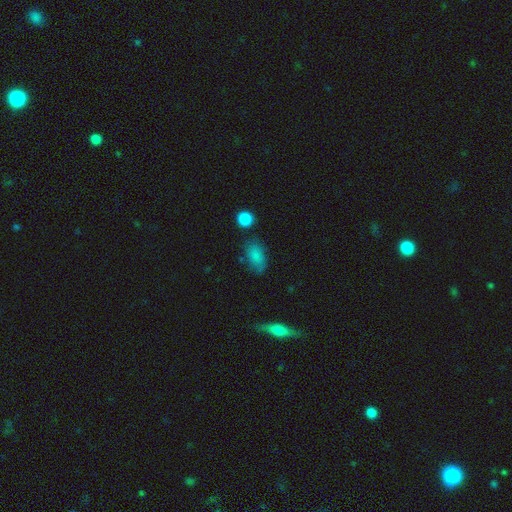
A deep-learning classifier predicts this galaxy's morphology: This is likely a smooth galaxy (79%). How rounded: clearly in between (89%). Merging: likely none (63%).